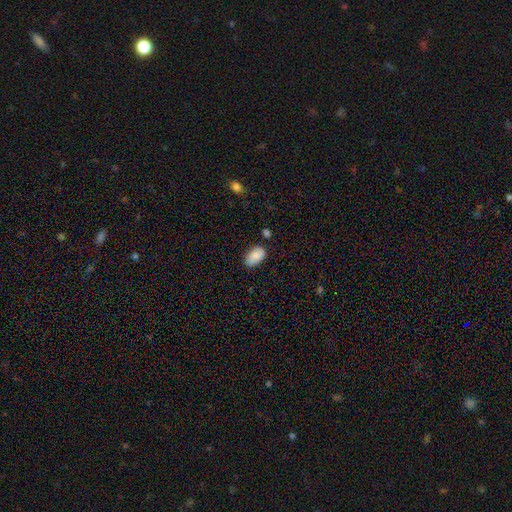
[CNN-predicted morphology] smooth_or_featured: smooth (p=0.82) [alt: featured or disk p=0.11]
how_rounded: in between (p=0.92) [alt: round p=0.06]
merging: none (p=0.74) [alt: minor disturbance p=0.20]